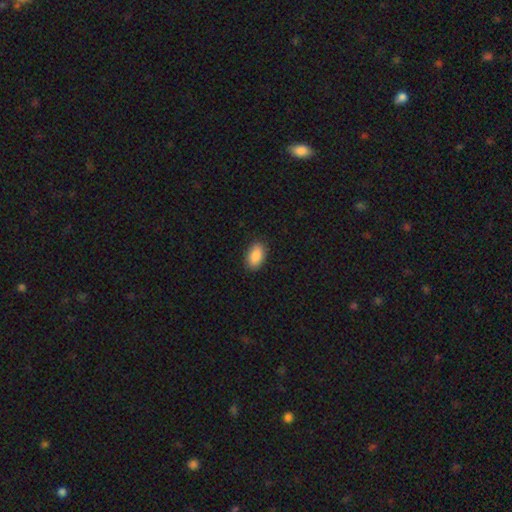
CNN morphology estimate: A smooth galaxy with no disk features (89%) that is in between round and cigar-shaped (93%). Merging: none (89%).